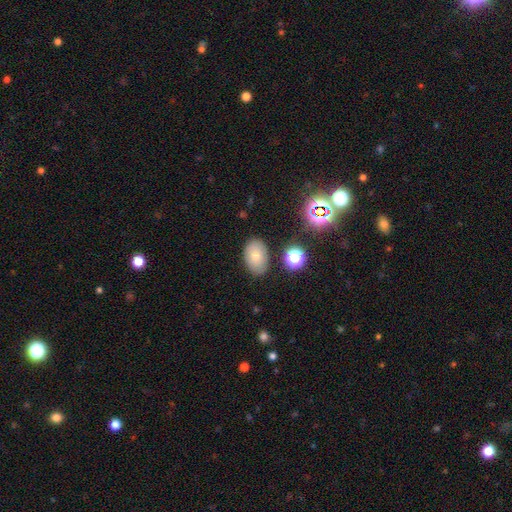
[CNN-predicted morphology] This is likely a smooth galaxy (76%). How rounded: clearly in between (87%). Merging: clearly none (81%).